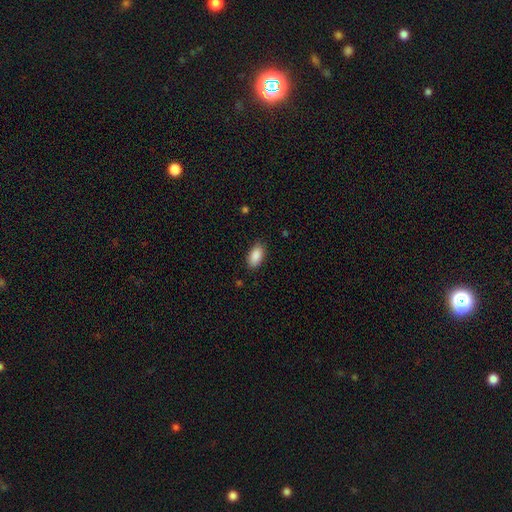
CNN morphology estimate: Smooth or featured: smooth — 89% (star or artifact — 7%)
How rounded: in between — 93% (cigar-shaped — 4%)
Merging: none — 85% (minor disturbance — 12%)